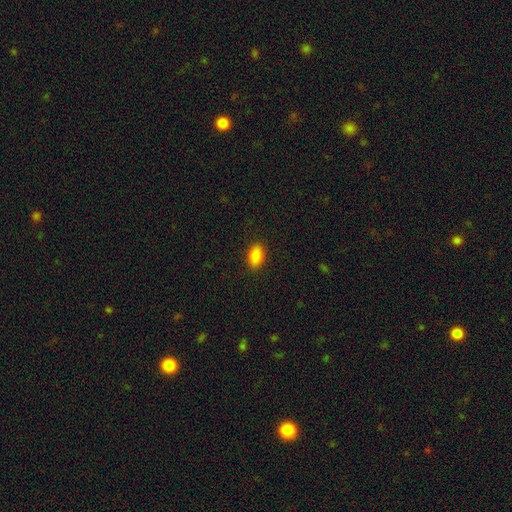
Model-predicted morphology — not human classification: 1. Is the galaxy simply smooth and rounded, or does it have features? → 87% smooth, 9% star or artifact, 4% featured or disk.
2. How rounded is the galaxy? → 90% in between, 8% round, 2% cigar-shaped.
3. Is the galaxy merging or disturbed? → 89% none, 8% minor disturbance, 2% major disturbance, 1% merger.